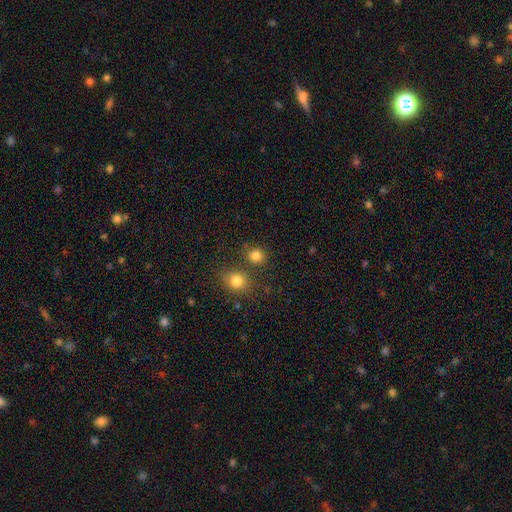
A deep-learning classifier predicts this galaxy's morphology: A smooth galaxy with no disk features (82%) that is round (84%).

Vote fractions:
- Smooth or featured? smooth: 82% / star or artifact: 13% / featured or disk: 5%
- How rounded? round: 84% / in between: 15% / cigar-shaped: 1%
- Merging? none: 75% / merger: 14% / minor disturbance: 8% / major disturbance: 3%